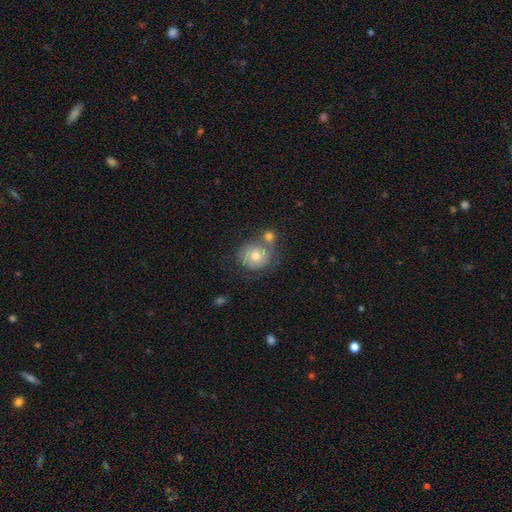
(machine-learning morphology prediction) A smooth galaxy with no disk features (57%) that is round (84%). Merging: none (48%).